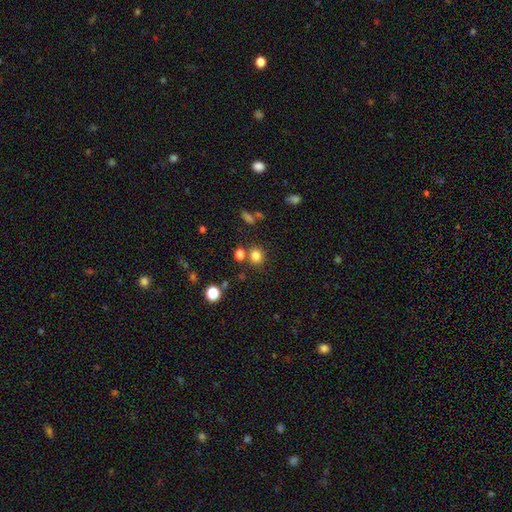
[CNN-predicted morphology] A smooth galaxy with no disk features (80%) that is round (82%). Merging: none (74%).